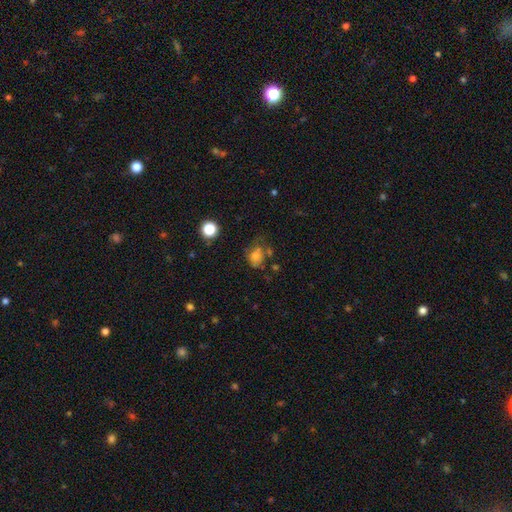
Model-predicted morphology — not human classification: smooth 68%, featured or disk 17%, star or artifact 14%. Down the decision tree: how rounded — in between (54%); merging — none (42%).